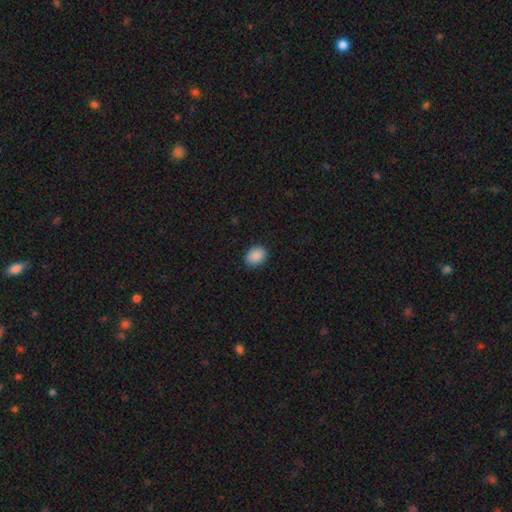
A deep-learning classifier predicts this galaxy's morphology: This is clearly a smooth galaxy (90%). How rounded: likely in between (60%). Merging: clearly none (88%).